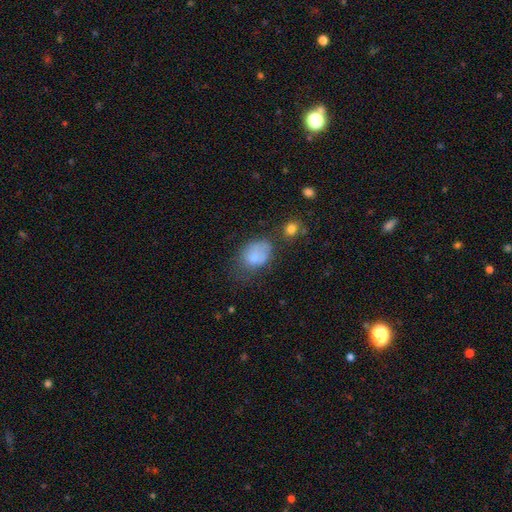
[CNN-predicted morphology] smooth-or-featured: smooth: 74% | featured or disk: 16% | star or artifact: 10%
  how-rounded: in between: 68% | round: 31% | cigar-shaped: 1%
  merging: none: 36% | minor disturbance: 31% | major disturbance: 22% | merger: 10%